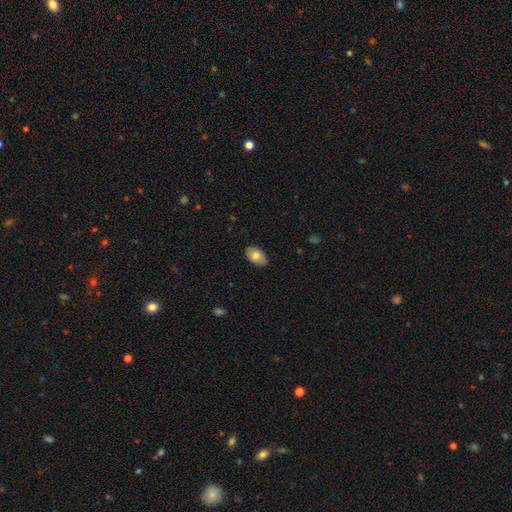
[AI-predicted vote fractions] Morphology: type=smooth (77%); roundness=in between (91%); merging=none (85%).